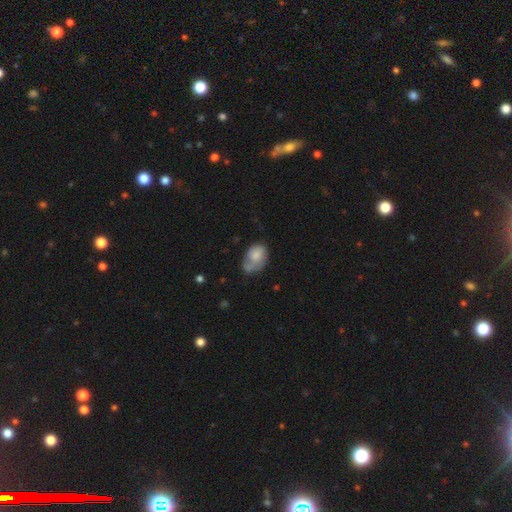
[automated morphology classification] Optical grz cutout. It shows a smooth galaxy with no disk features (71%) that is in between round and cigar-shaped (81%). Merging: none (35%).